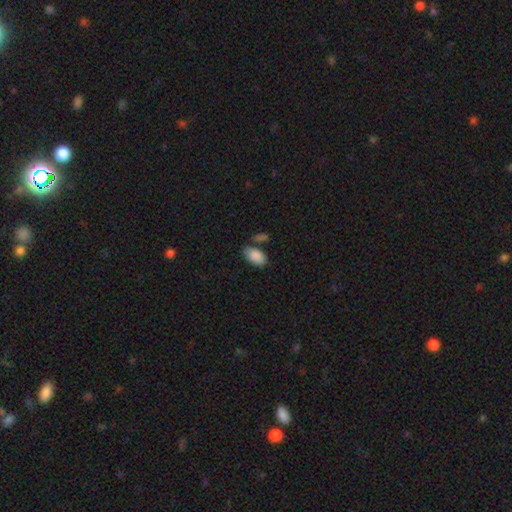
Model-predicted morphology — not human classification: The model was most divided on "merging": none: 66%, minor disturbance: 17%, merger: 12%, major disturbance: 5%. More confident: how rounded — in between (94%); smooth or featured — smooth (88%).